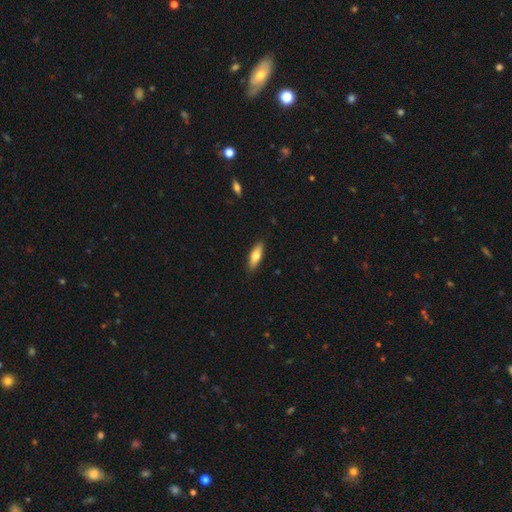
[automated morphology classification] Q: Smooth or featured?
A: smooth (72%); runner-up: featured or disk (22%)
Q: How rounded?
A: in between (56%); runner-up: cigar-shaped (42%)
Q: Merging?
A: none (88%); runner-up: minor disturbance (9%)